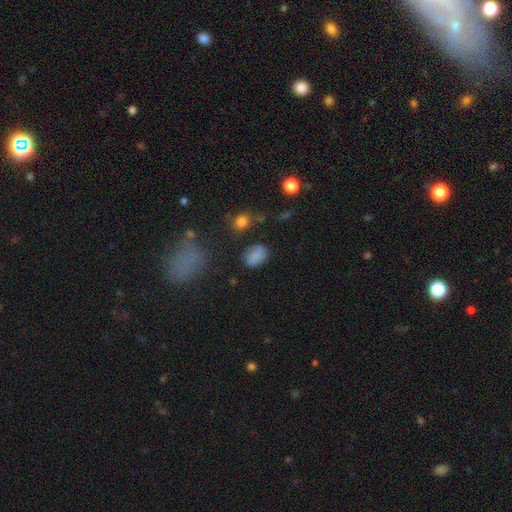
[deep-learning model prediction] Smooth or featured? smooth (81%)
How rounded? in between (71%)
Merging? none (75%)